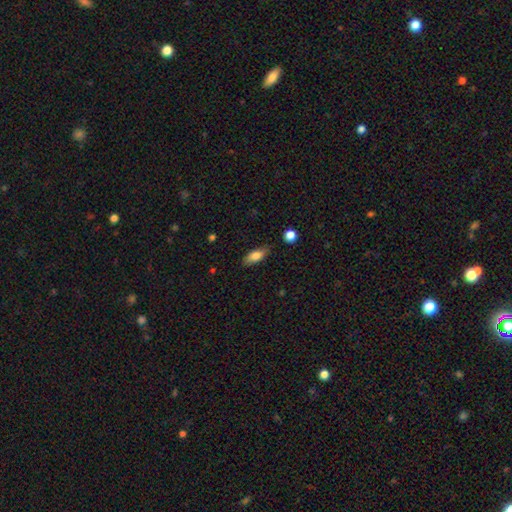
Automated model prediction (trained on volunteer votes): Smooth or featured?
  - smooth: 76% *
  - featured or disk: 17%
  - star or artifact: 7%
How rounded?
  - in between: 74% *
  - cigar-shaped: 23%
  - round: 3%
Merging?
  - none: 81% *
  - minor disturbance: 14%
  - major disturbance: 3%
  - merger: 2%